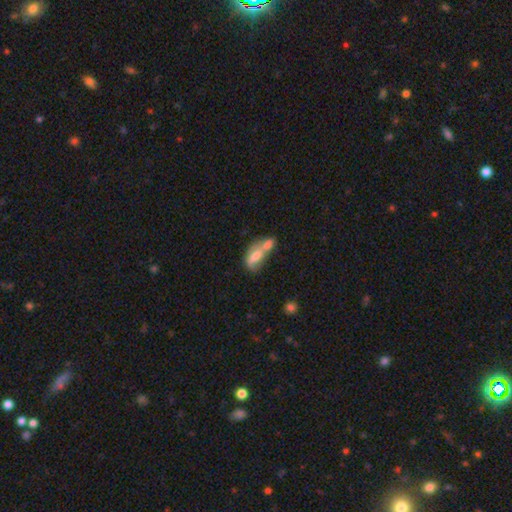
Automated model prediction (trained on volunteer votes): Smooth or featured? smooth (58%)
How rounded? in between (78%)
Merging? merger (64%)